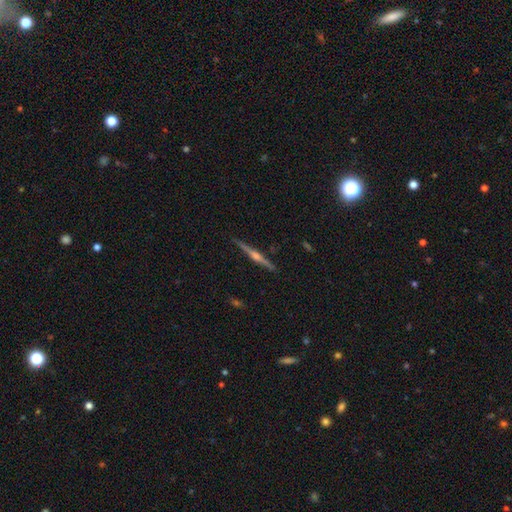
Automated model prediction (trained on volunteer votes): Smooth or featured? featured or disk (84%)
Edge-on disk? yes (98%)
Edge-on bulge? rounded (90%)
Merging? none (91%)